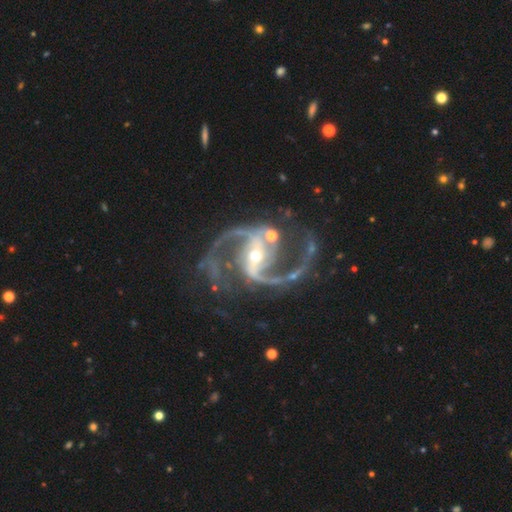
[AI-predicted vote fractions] Overall: featured or disk (93%). Edge-on disk: no (98%). Bar: strong (55%; weak 29%). Spiral arms: yes (99%). Spiral arm count: 2 (92%). Spiral winding: medium (54%; loose 37%). Bulge size: small (60%; moderate 36%). Merging: none (70%).